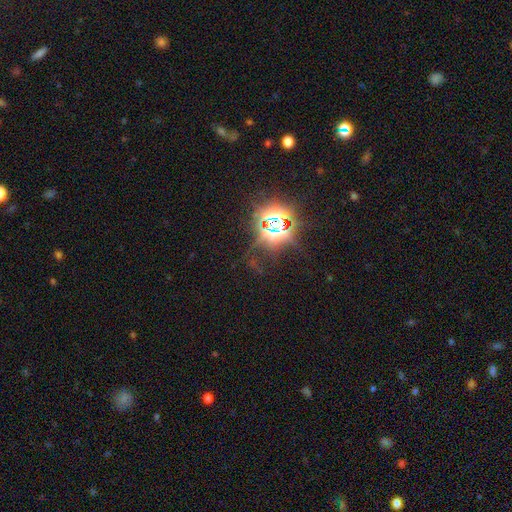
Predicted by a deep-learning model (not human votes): Q: Smooth or featured?
A: star or artifact (81%); runner-up: smooth (11%)